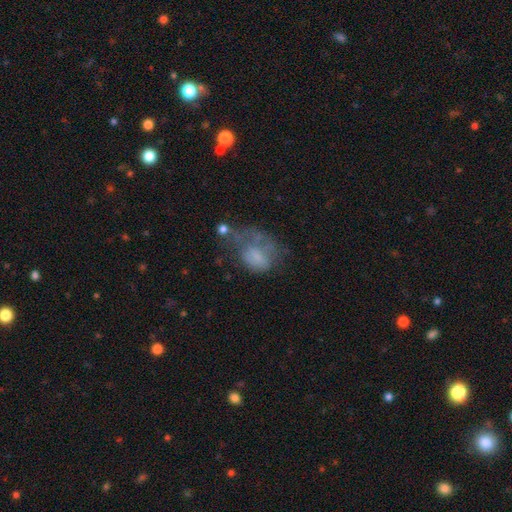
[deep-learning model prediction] Smooth or featured? smooth (49%)
Merging? major disturbance (45%)